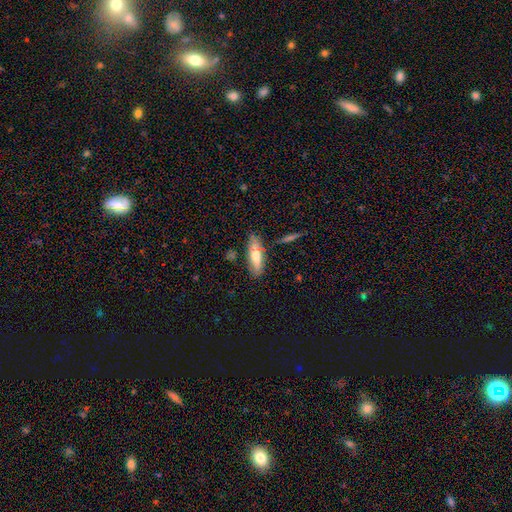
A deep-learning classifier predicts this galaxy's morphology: This appears to be a smooth galaxy with no disk features (62%) that is in between round and cigar-shaped (49%, tied with cigar-shaped). Merging: none (76%).